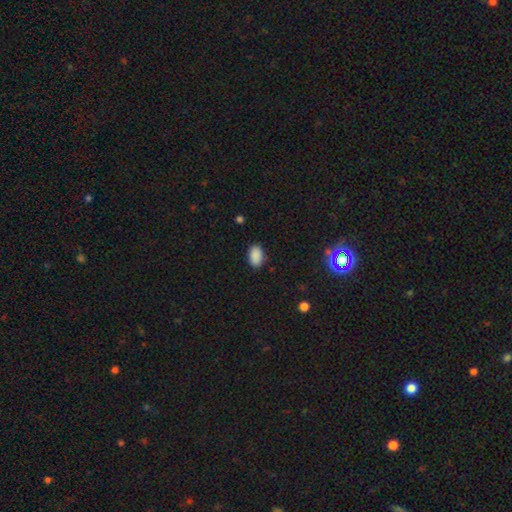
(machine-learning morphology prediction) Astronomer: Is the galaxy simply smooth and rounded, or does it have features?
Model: smooth — 89%.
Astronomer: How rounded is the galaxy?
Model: in between — 90%.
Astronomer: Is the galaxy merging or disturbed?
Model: none — 86%.